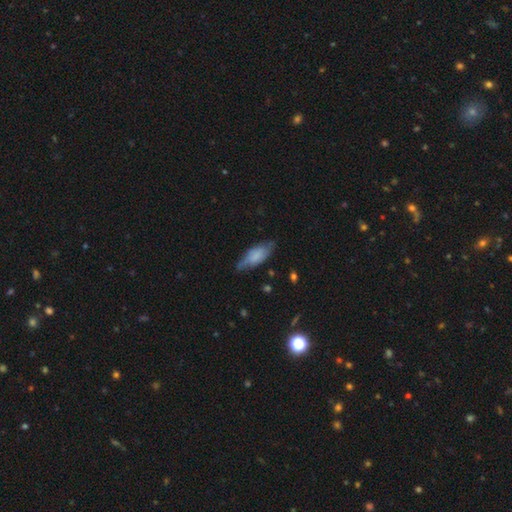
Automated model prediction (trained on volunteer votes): This is possibly a smooth galaxy (60%). How rounded: likely in between (74%). Merging: likely none (61%).